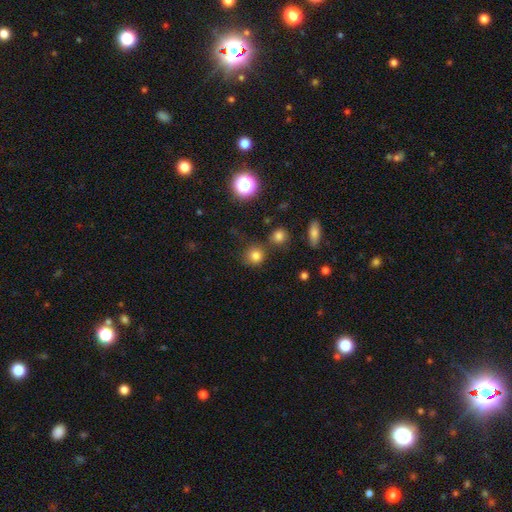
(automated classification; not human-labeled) Smooth or featured? Predicted: smooth (p=0.79). How rounded? Predicted: round (p=0.90). Merging? Predicted: none (p=0.78).